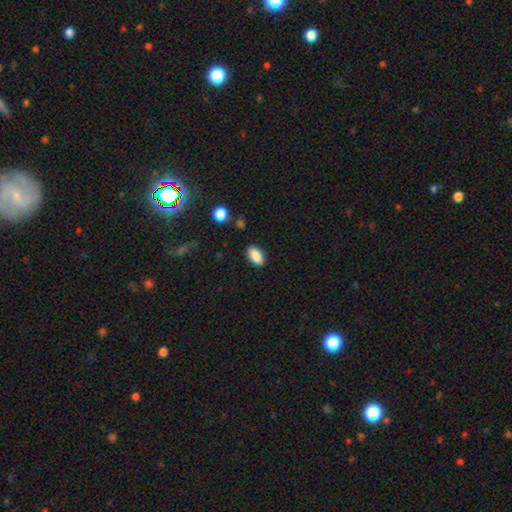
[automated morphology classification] Q: Smooth or featured?
A: smooth (88%); runner-up: star or artifact (7%)
Q: How rounded?
A: in between (92%); runner-up: cigar-shaped (4%)
Q: Merging?
A: none (87%); runner-up: minor disturbance (9%)